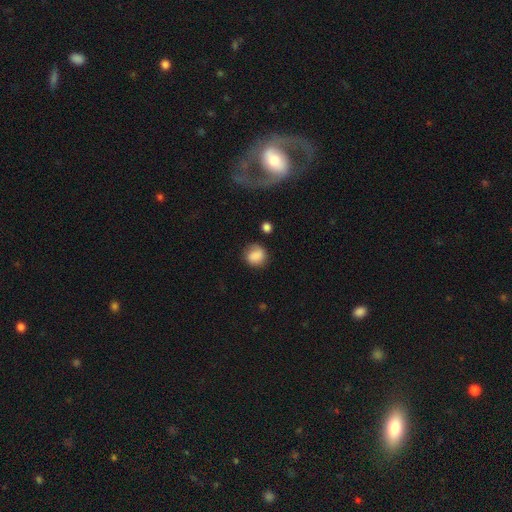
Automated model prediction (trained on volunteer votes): This is likely a smooth galaxy (80%). How rounded: likely round (77%). Merging: likely none (69%).